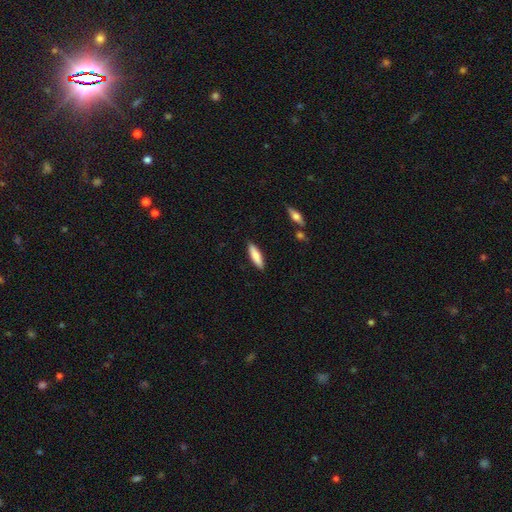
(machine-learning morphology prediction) Overall: smooth (81%). How rounded: cigar-shaped (62%; in between 37%). Merging: none (89%).